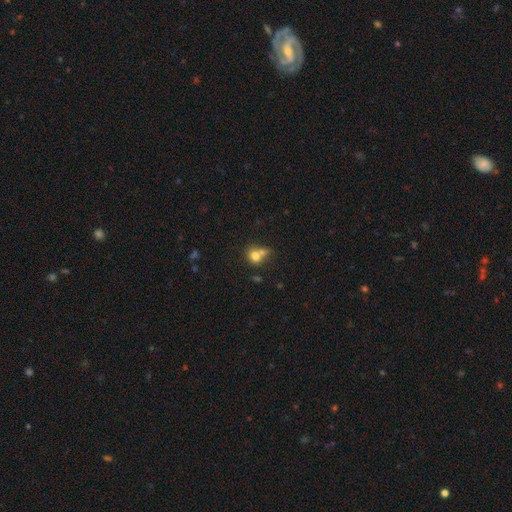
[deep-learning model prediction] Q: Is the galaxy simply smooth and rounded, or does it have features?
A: smooth — 74%.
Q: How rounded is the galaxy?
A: round — 69%.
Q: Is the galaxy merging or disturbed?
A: merger — 52%.